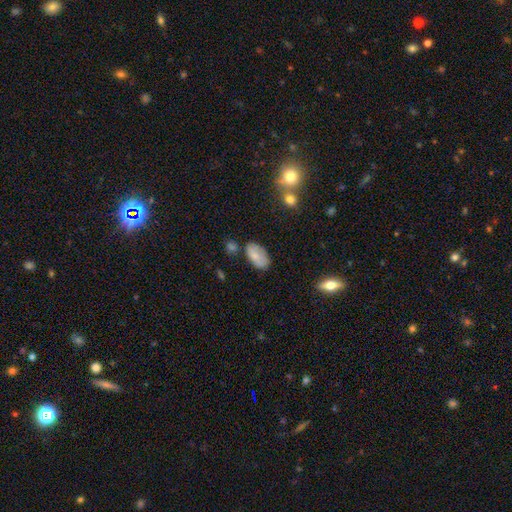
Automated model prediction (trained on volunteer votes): smooth-or-featured: smooth: 78% | featured or disk: 14% | star or artifact: 8%
  how-rounded: in between: 94% | round: 4% | cigar-shaped: 2%
  merging: none: 64% | minor disturbance: 24% | merger: 6% | major disturbance: 6%